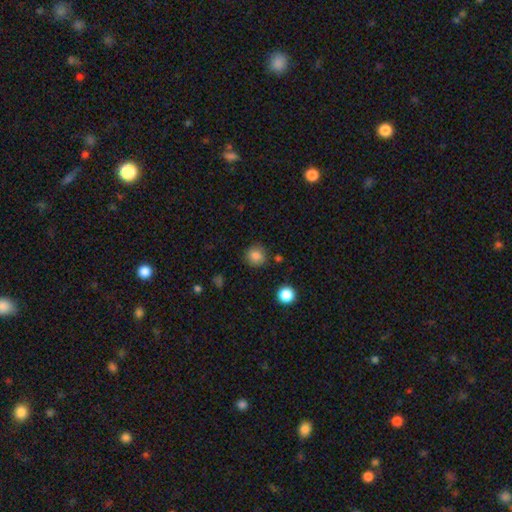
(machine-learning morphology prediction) This appears to be a smooth galaxy with no disk features (83%) that is round (89%). Merging: none (86%).